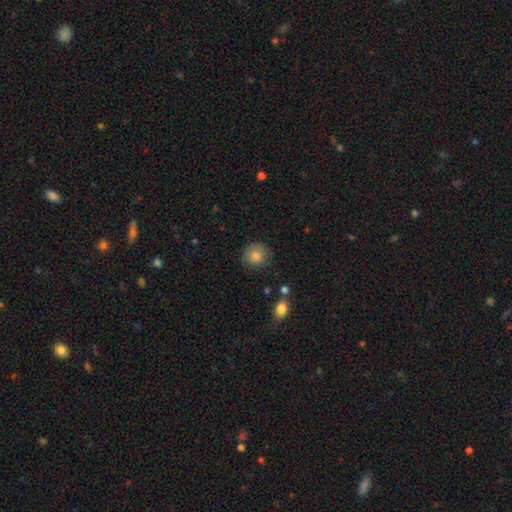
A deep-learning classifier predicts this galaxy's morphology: This appears to be a smooth galaxy with no disk features (83%) that is round (88%). Merging: none (78%).